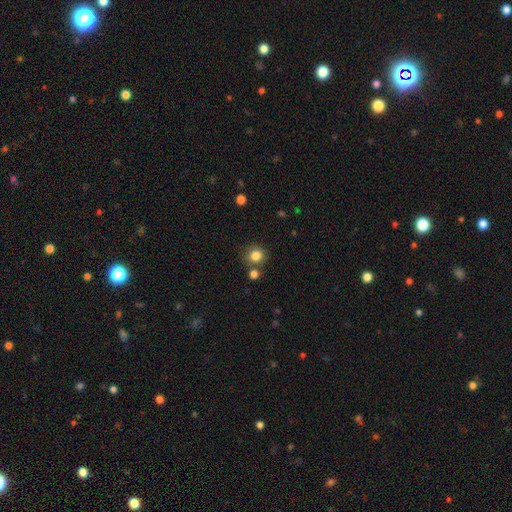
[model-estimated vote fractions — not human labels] This appears to be a smooth galaxy with no disk features (83%) that is round (86%). Merging: none (76%).